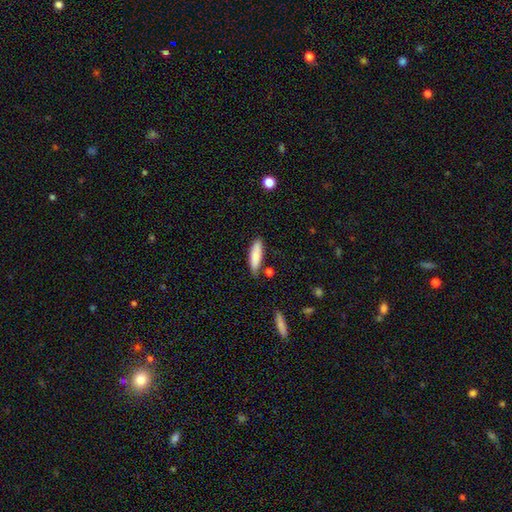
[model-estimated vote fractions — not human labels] A smooth galaxy with no disk features (84%) that is cigar-shaped (60%). Merging: none (73%).